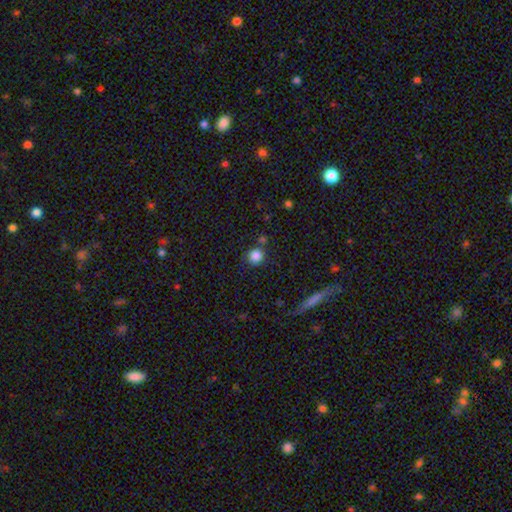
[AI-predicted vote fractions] smooth-or-featured: smooth: 85% | star or artifact: 11% | featured or disk: 4%
  how-rounded: round: 92% | in between: 7% | cigar-shaped: 1%
  merging: none: 79% | minor disturbance: 9% | merger: 8% | major disturbance: 3%